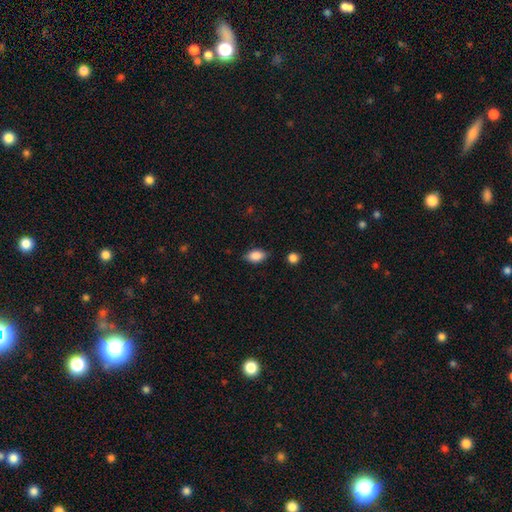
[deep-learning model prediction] Overall: smooth (85%). How rounded: in between (88%). Merging: none (78%).